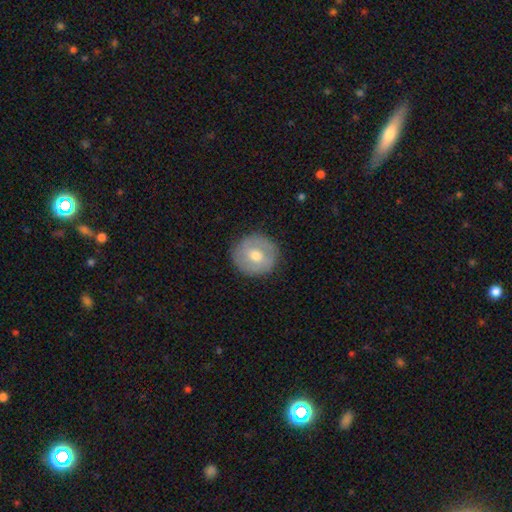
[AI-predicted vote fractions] smooth 58%, featured or disk 35%, star or artifact 7%. Down the decision tree: how rounded — round (92%); merging — none (87%).